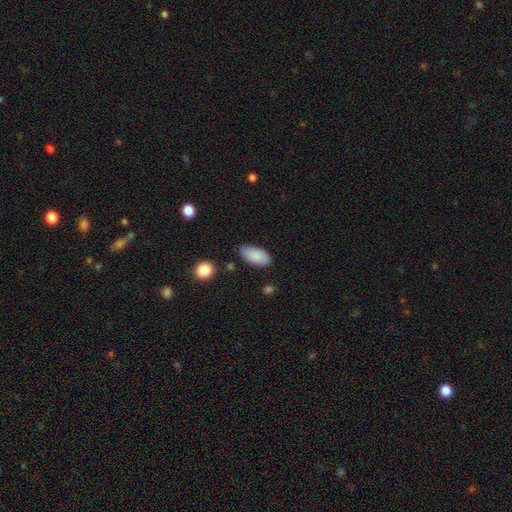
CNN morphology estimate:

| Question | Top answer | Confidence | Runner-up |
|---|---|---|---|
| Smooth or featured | smooth | 88% | star or artifact (6%) |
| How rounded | in between | 94% | cigar-shaped (4%) |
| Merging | none | 72% | minor disturbance (22%) |